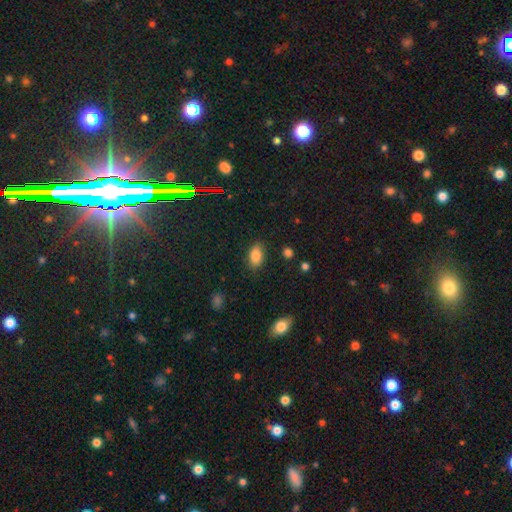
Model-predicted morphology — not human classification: Smooth or featured?
  - smooth: 83% *
  - star or artifact: 9%
  - featured or disk: 7%
How rounded?
  - in between: 89% *
  - round: 9%
  - cigar-shaped: 3%
Merging?
  - none: 82% *
  - minor disturbance: 14%
  - major disturbance: 3%
  - merger: 2%